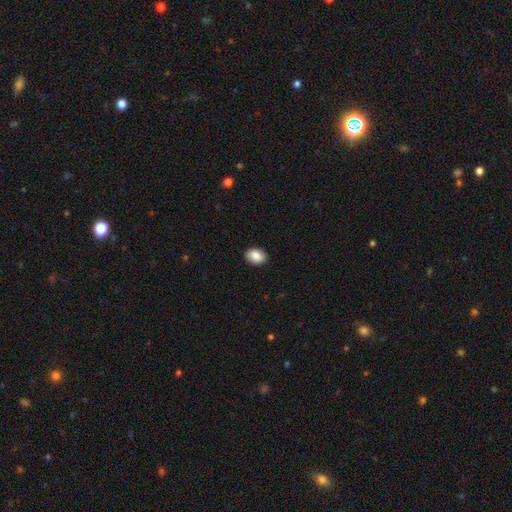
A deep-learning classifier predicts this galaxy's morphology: This is clearly a smooth galaxy (88%). How rounded: likely in between (76%). Merging: clearly none (89%).